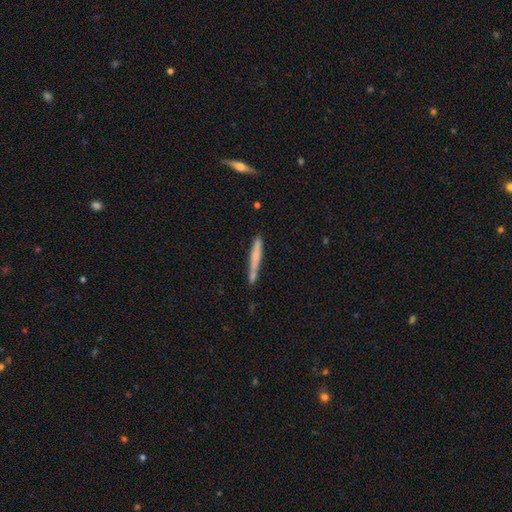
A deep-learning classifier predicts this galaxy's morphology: A smooth galaxy with no disk features (60%) that is cigar-shaped (95%).

Vote fractions:
- Smooth or featured? smooth: 60% / featured or disk: 33% / star or artifact: 7%
- How rounded? cigar-shaped: 95% / in between: 4% / round: 1%
- Merging? none: 66% / minor disturbance: 16% / merger: 14% / major disturbance: 4%